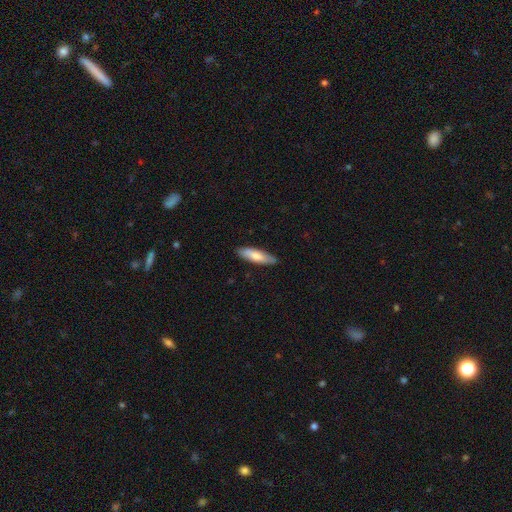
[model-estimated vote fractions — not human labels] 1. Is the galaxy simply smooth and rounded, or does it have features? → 74% smooth, 21% featured or disk, 5% star or artifact.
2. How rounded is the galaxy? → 66% cigar-shaped, 33% in between, 1% round.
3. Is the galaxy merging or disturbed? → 87% none, 10% minor disturbance, 2% major disturbance, 1% merger.